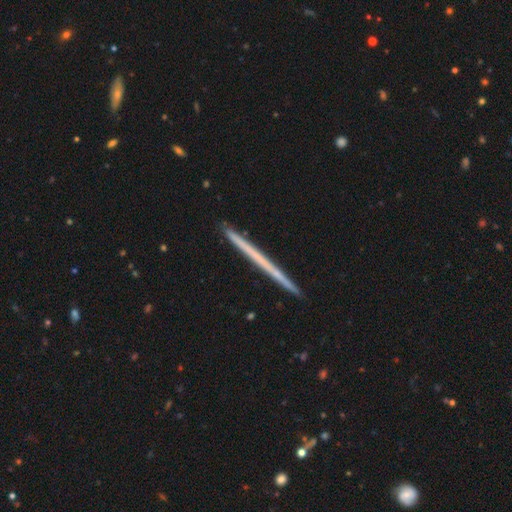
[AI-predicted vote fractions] Smooth or featured? featured or disk (54%)
Edge-on disk? yes (98%)
Edge-on bulge? none (92%)
Merging? none (92%)